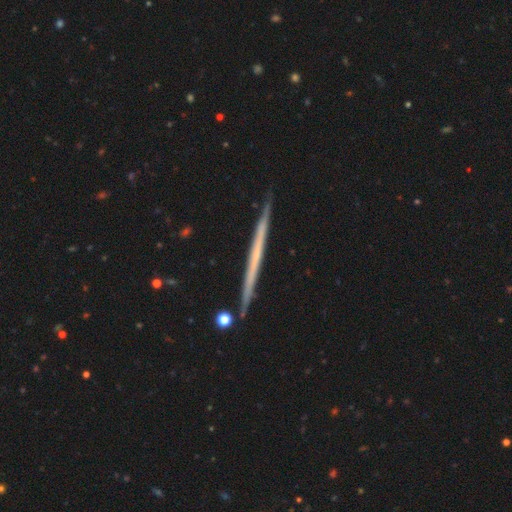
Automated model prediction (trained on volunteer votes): Overall: featured or disk (64%; smooth 30%). Edge-on disk: yes (98%). Edge-on bulge: none (91%). Merging: none (90%).